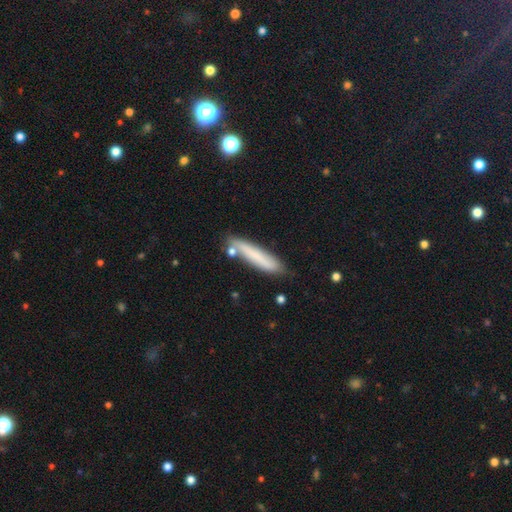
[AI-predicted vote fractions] Smooth or featured? smooth (70%)
How rounded? cigar-shaped (90%)
Merging? none (76%)